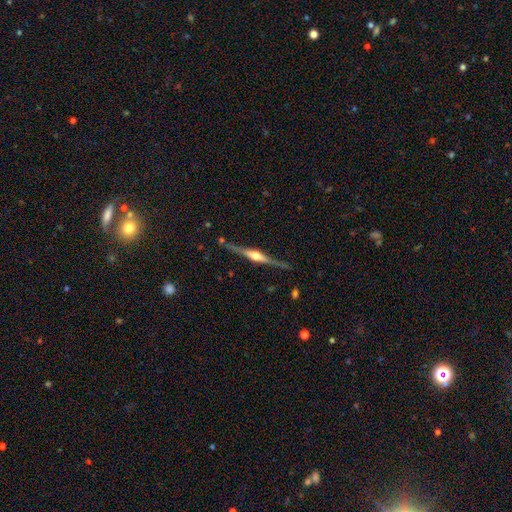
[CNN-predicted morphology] This appears to be a featured or disk galaxy (81%) viewed edge-on (98%) with a rounded central bulge (89%). Merging: none (83%).